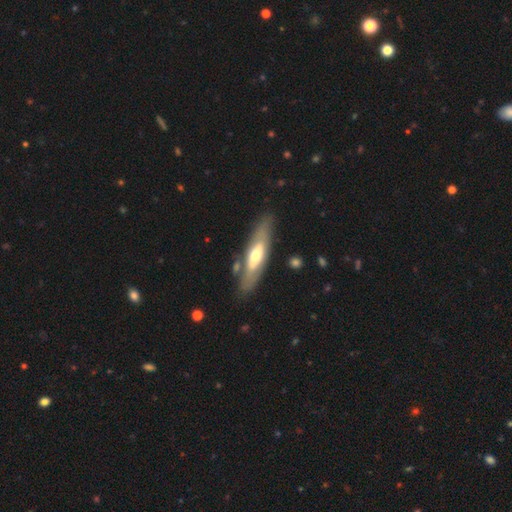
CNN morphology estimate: A featured or disk galaxy (54%).

Vote fractions:
- Smooth or featured? featured or disk: 54% / smooth: 41% / star or artifact: 5%
- Edge-on disk? no: 52% / yes: 48%
- Merging? none: 76% / minor disturbance: 14% / merger: 6% / major disturbance: 5%